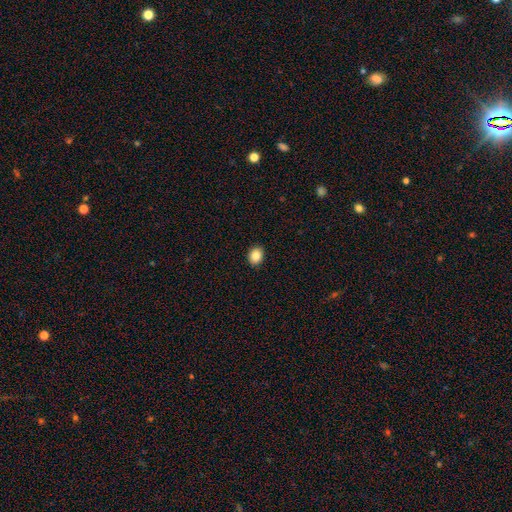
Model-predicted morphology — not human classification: The model was most divided on "how rounded" (2-way tie): in between: 50%, round: 50%, cigar-shaped: 1%. More confident: merging — none (90%); smooth or featured — smooth (86%).